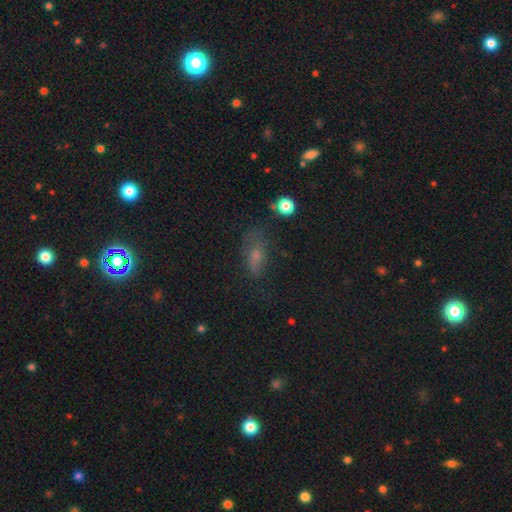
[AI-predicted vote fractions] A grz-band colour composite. It shows a smooth galaxy with no disk features (49%). Merging: none (59%).